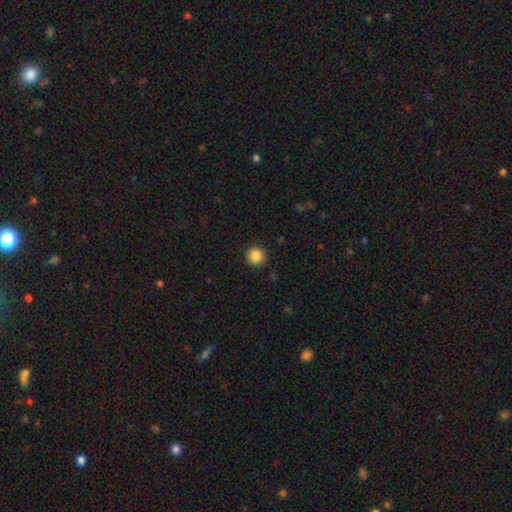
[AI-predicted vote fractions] Morphology: type=smooth (87%); roundness=round (95%); merging=none (92%).